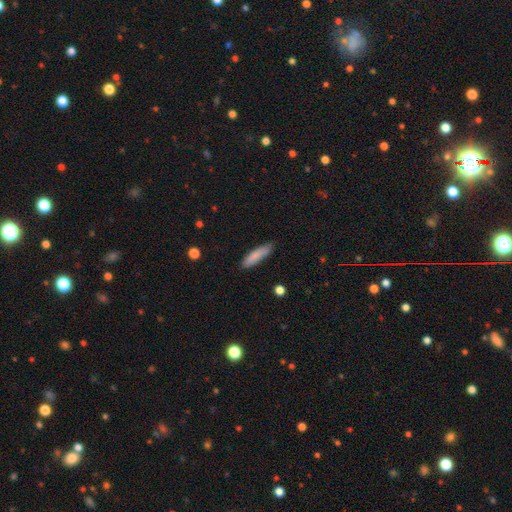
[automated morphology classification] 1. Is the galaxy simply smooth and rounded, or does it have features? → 84% smooth, 10% featured or disk, 6% star or artifact.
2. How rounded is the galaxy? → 73% cigar-shaped, 25% in between, 1% round.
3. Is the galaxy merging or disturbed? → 82% none, 15% minor disturbance, 2% major disturbance, 1% merger.